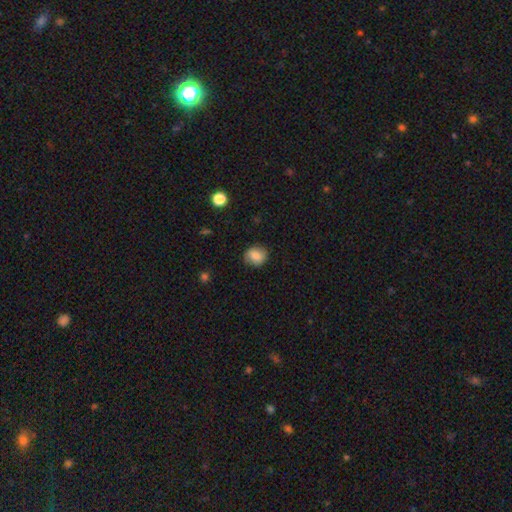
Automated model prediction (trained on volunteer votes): This appears to be a smooth galaxy with no disk features (80%) that is round (78%). Merging: none (82%).